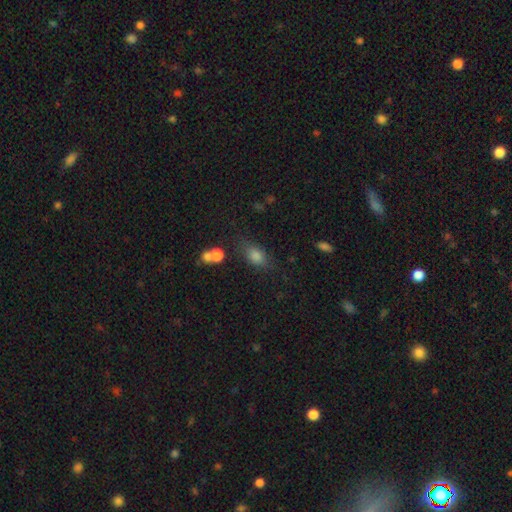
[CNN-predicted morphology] The model was most divided on "merging": none: 69%, minor disturbance: 18%, major disturbance: 7%, merger: 6%. More confident: smooth or featured — smooth (79%); how rounded — in between (77%).